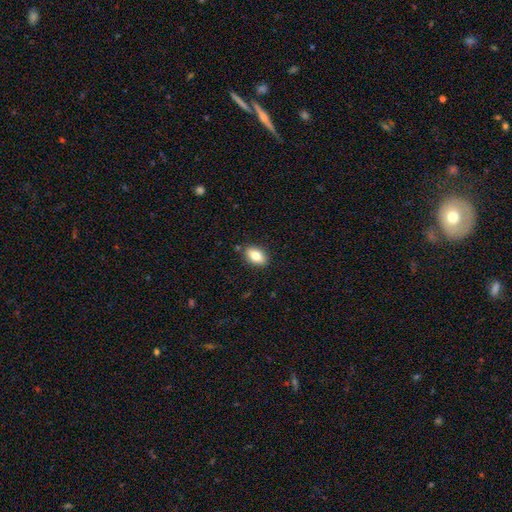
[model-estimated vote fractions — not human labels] Morphology: type=smooth (79%); roundness=in between (88%); merging=none (86%).